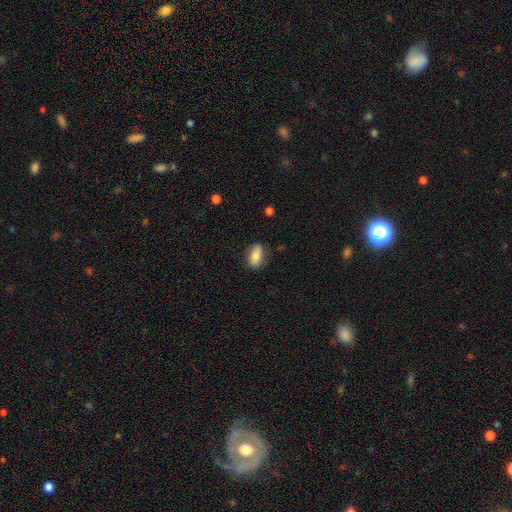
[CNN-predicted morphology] Q: Smooth or featured?
A: smooth (83%); runner-up: featured or disk (10%)
Q: How rounded?
A: in between (88%); runner-up: cigar-shaped (7%)
Q: Merging?
A: none (79%); runner-up: minor disturbance (16%)